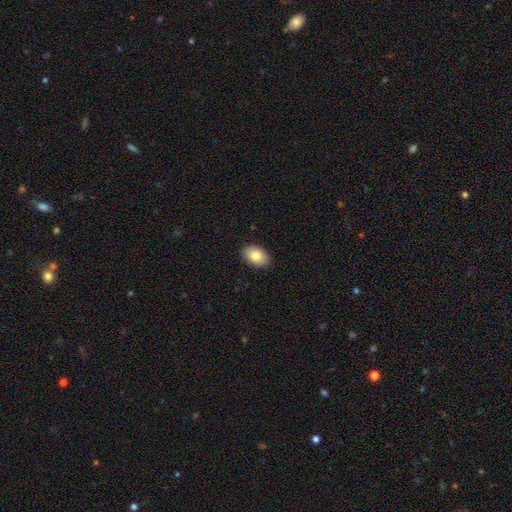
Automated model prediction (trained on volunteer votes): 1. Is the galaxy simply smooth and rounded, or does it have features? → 83% smooth, 10% featured or disk, 7% star or artifact.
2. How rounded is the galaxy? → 88% in between, 11% round, 1% cigar-shaped.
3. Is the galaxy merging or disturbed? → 90% none, 7% minor disturbance, 2% major disturbance, 1% merger.